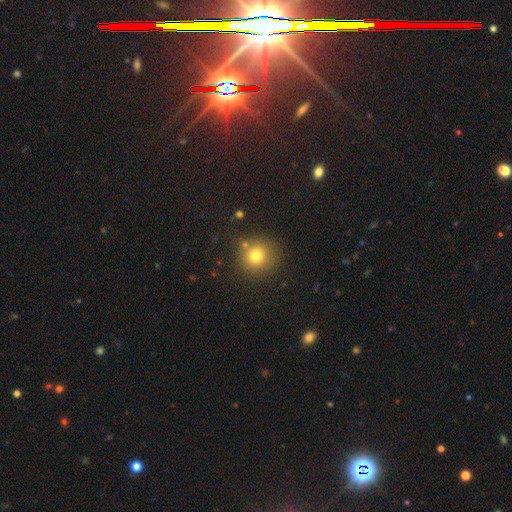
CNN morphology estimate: Smooth or featured?
  - smooth: 77% *
  - star or artifact: 14%
  - featured or disk: 9%
How rounded?
  - round: 92% *
  - in between: 7%
  - cigar-shaped: 1%
Merging?
  - none: 82% *
  - minor disturbance: 9%
  - merger: 6%
  - major disturbance: 3%